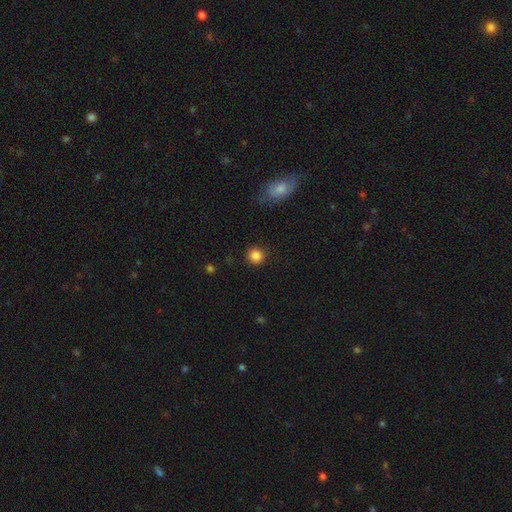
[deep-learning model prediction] Smooth or featured: smooth — 86% (star or artifact — 10%)
How rounded: round — 93% (in between — 6%)
Merging: none — 90% (minor disturbance — 7%)